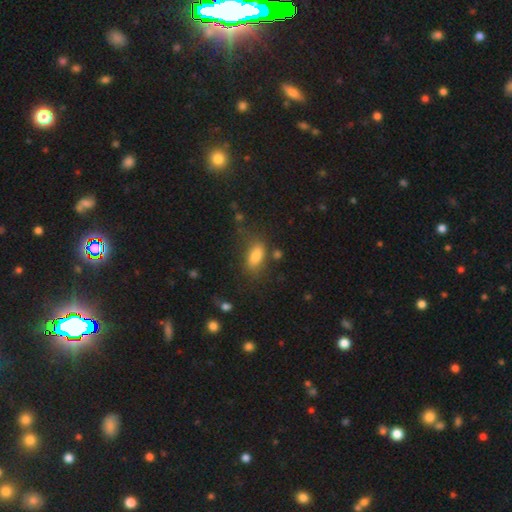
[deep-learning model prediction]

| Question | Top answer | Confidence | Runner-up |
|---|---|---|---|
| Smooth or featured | smooth | 78% | featured or disk (13%) |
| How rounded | in between | 82% | cigar-shaped (13%) |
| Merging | none | 60% | minor disturbance (23%) |